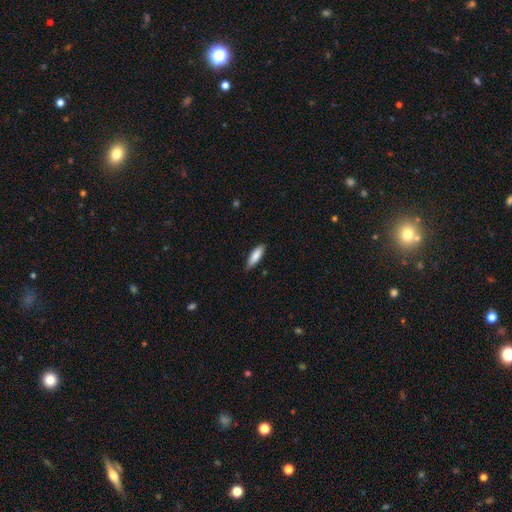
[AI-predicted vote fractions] Smooth or featured? Predicted: smooth (p=0.85). How rounded? Predicted: cigar-shaped (p=0.52). Merging? Predicted: none (p=0.81).